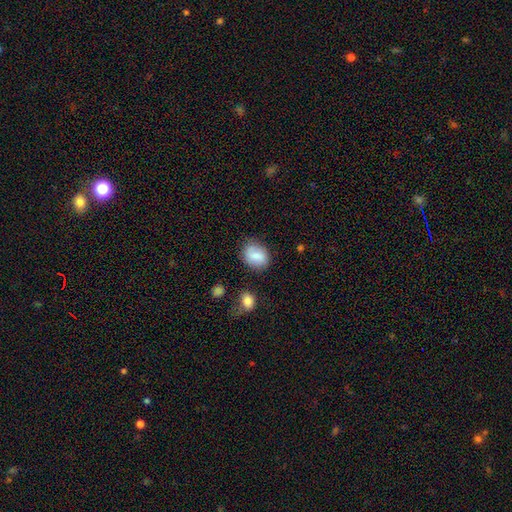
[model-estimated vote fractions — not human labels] Smooth or featured: smooth — 80% (featured or disk — 12%)
How rounded: in between — 62% (round — 37%)
Merging: none — 76% (minor disturbance — 17%)